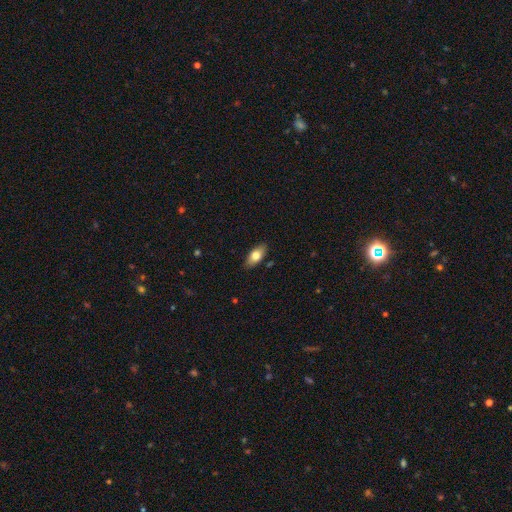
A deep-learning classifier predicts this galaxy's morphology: smooth_or_featured: smooth (p=0.76) [alt: featured or disk p=0.17]
how_rounded: in between (p=0.88) [alt: cigar-shaped p=0.09]
merging: none (p=0.87) [alt: minor disturbance p=0.10]